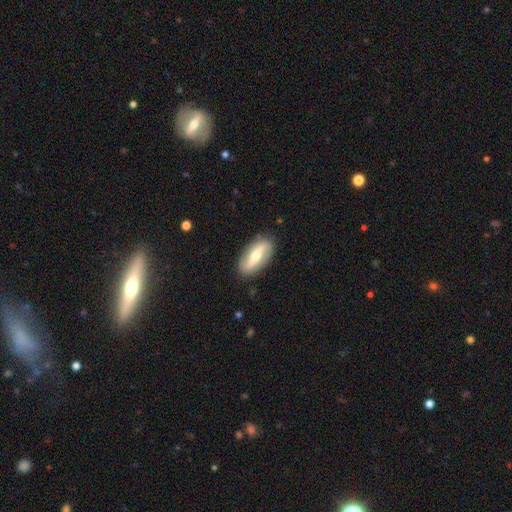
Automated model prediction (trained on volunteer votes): Smooth or featured? Predicted: featured or disk (p=0.58). Edge-on disk? Predicted: no (p=0.81). Merging? Predicted: none (p=0.86).